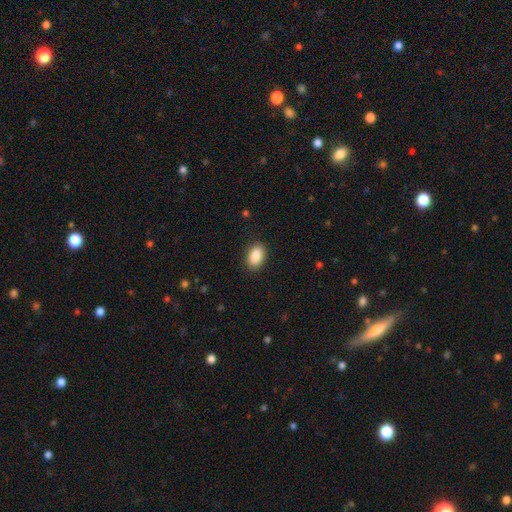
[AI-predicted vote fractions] A smooth galaxy with no disk features (89%) that is in between round and cigar-shaped (91%).

Vote fractions:
- Smooth or featured? smooth: 89% / star or artifact: 7% / featured or disk: 4%
- How rounded? in between: 91% / round: 8% / cigar-shaped: 2%
- Merging? none: 88% / minor disturbance: 8% / major disturbance: 2% / merger: 1%